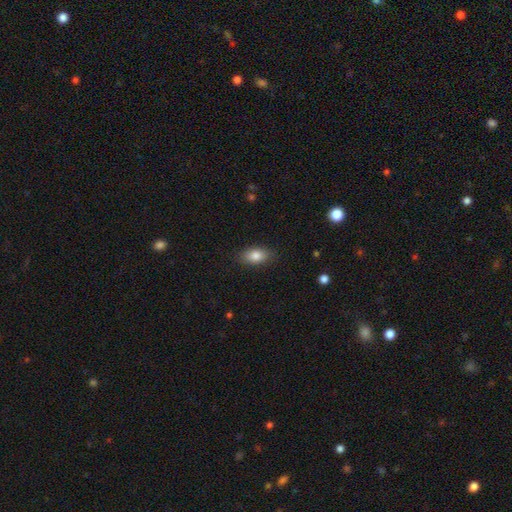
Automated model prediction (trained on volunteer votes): A smooth galaxy with no disk features (84%) that is in between round and cigar-shaped (88%).

Vote fractions:
- Smooth or featured? smooth: 84% / featured or disk: 8% / star or artifact: 8%
- How rounded? in between: 88% / round: 9% / cigar-shaped: 3%
- Merging? none: 86% / minor disturbance: 10% / major disturbance: 3% / merger: 1%